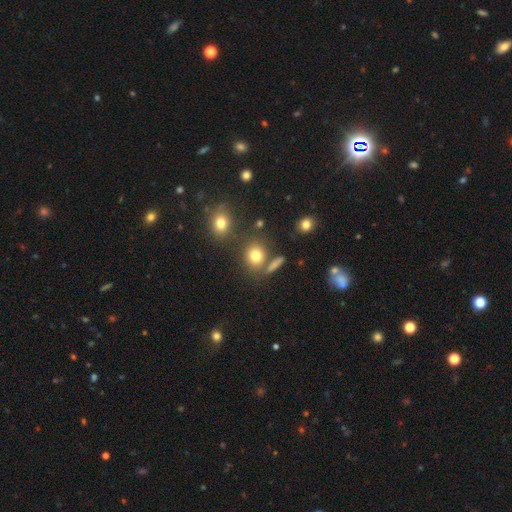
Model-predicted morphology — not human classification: A smooth galaxy with no disk features (77%) that is round (70%). Merging: none (71%).